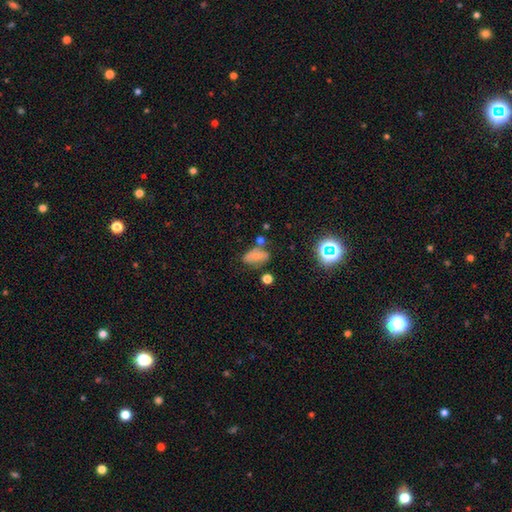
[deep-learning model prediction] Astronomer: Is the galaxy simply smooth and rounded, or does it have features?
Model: smooth — 63%.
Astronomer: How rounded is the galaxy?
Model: in between — 87%.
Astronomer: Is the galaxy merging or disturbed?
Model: none — 53%.